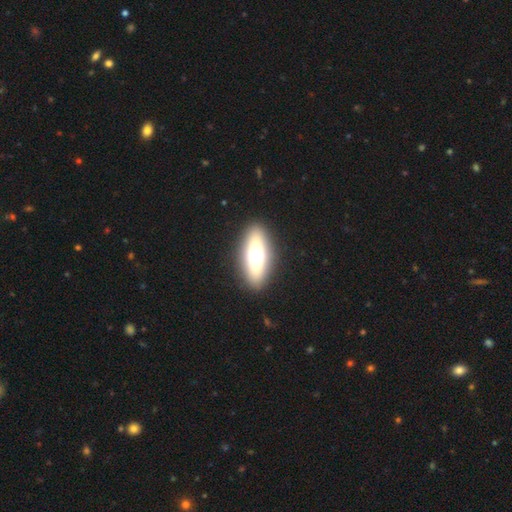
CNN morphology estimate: The model was most divided on "smooth or featured": smooth: 57%, featured or disk: 34%, star or artifact: 10%. More confident: merging — none (88%); how rounded — in between (66%).